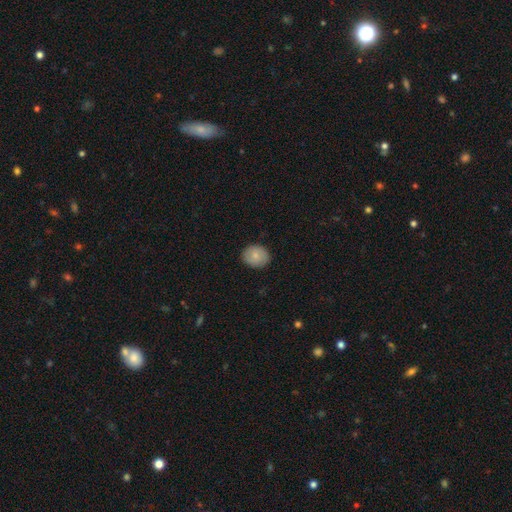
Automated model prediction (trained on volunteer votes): Smooth or featured?
  - smooth: 80% *
  - featured or disk: 13%
  - star or artifact: 7%
How rounded?
  - round: 64% *
  - in between: 35%
  - cigar-shaped: 1%
Merging?
  - none: 87% *
  - minor disturbance: 10%
  - major disturbance: 2%
  - merger: 1%